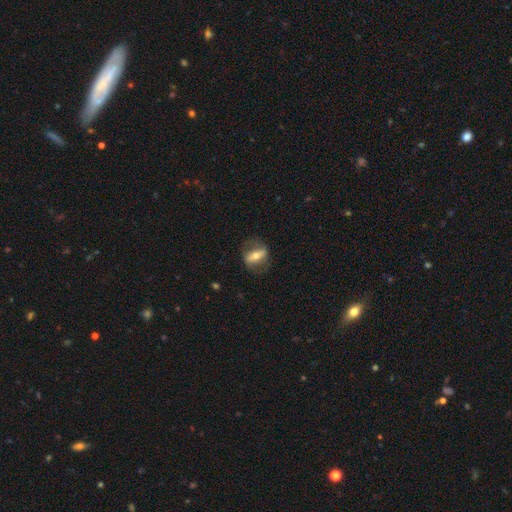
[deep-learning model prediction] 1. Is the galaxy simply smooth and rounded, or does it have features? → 54% featured or disk, 38% smooth, 7% star or artifact.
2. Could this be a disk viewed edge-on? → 70% no, 30% yes.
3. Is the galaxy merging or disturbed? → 73% none, 16% minor disturbance, 10% major disturbance, 1% merger.